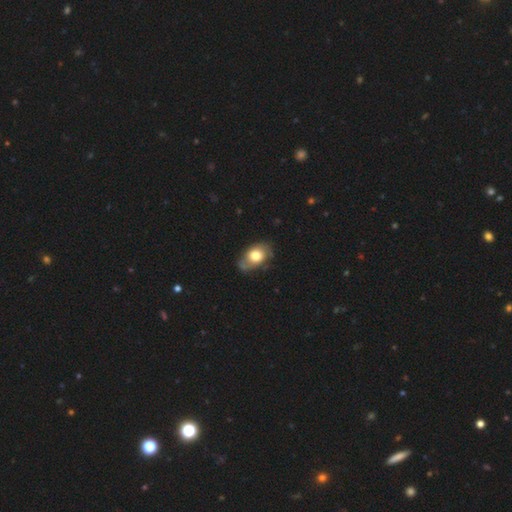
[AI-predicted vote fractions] Smooth or featured? Predicted: smooth (p=0.63). How rounded? Predicted: in between (p=0.82). Merging? Predicted: none (p=0.62).